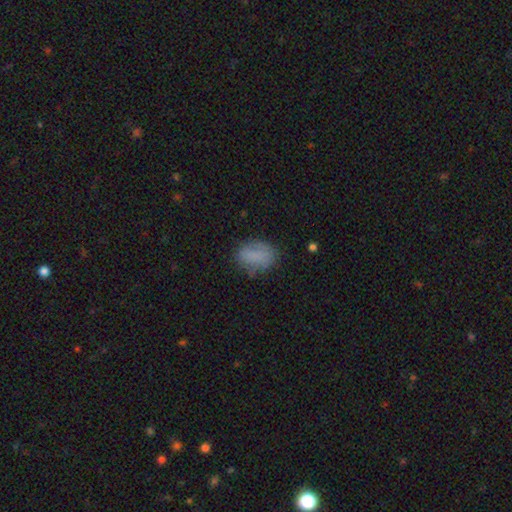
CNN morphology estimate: type=smooth (80%); roundness=in between (80%); merging=none (67%).